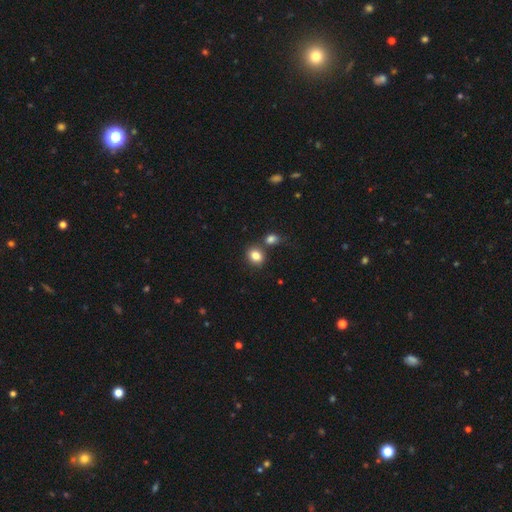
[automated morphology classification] smooth 83%, star or artifact 10%, featured or disk 7%. Down the decision tree: how rounded — round (55%); merging — none (67%).